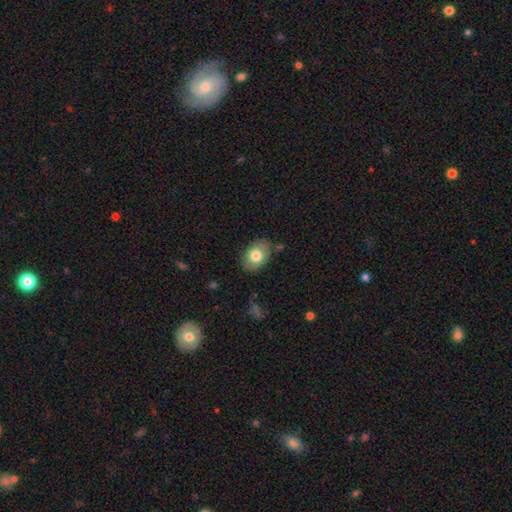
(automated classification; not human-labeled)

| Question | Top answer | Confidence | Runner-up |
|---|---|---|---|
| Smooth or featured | smooth | 75% | featured or disk (18%) |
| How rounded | in between | 78% | round (21%) |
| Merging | none | 81% | minor disturbance (13%) |